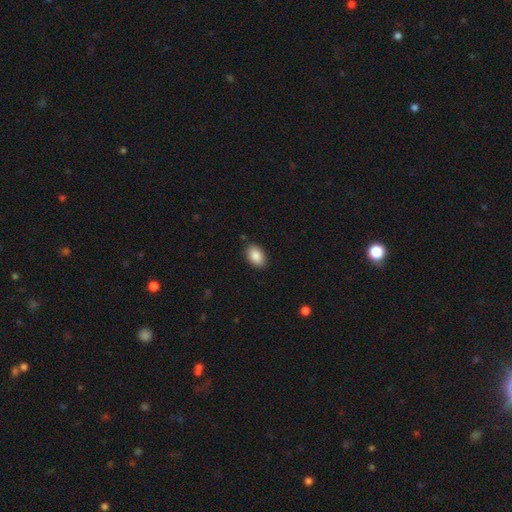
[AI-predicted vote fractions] Smooth or featured?
  - smooth: 88% *
  - star or artifact: 7%
  - featured or disk: 5%
How rounded?
  - in between: 91% *
  - round: 8%
  - cigar-shaped: 1%
Merging?
  - none: 88% *
  - minor disturbance: 9%
  - major disturbance: 2%
  - merger: 1%